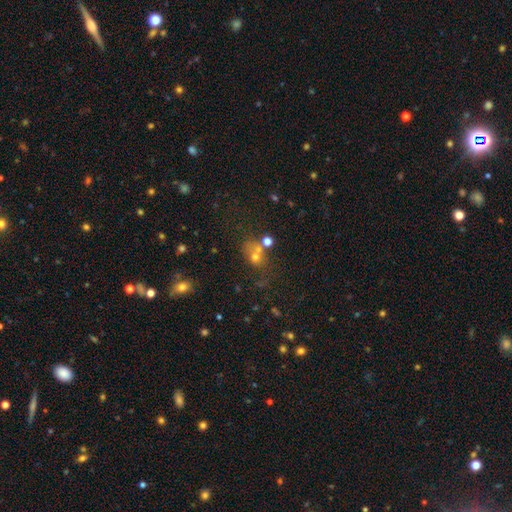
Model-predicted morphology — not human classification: type=smooth (55%); roundness=round (65%); merging=none (42%).